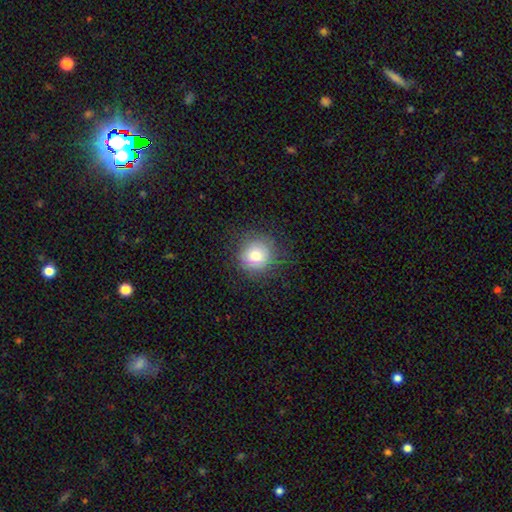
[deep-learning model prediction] Morphology: type=smooth (74%); roundness=round (92%); merging=none (79%).